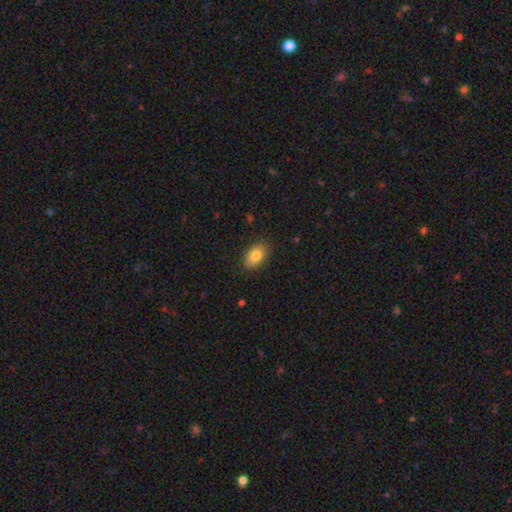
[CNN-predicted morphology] smooth_or_featured: smooth (p=0.83) [alt: featured or disk p=0.10]
how_rounded: in between (p=0.90) [alt: round p=0.08]
merging: none (p=0.86) [alt: minor disturbance p=0.11]